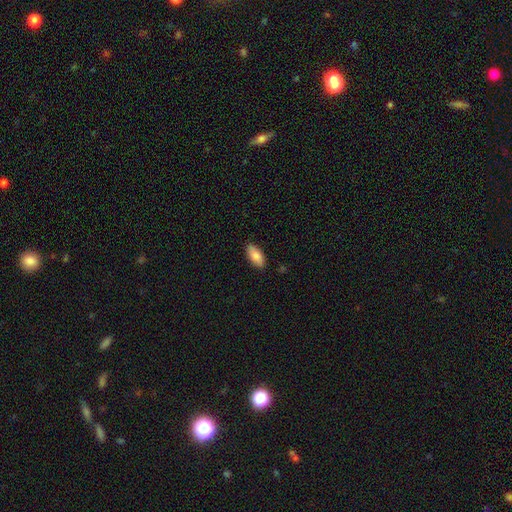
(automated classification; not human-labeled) Smooth or featured: smooth — 83% (featured or disk — 10%)
How rounded: in between — 87% (cigar-shaped — 11%)
Merging: none — 87% (minor disturbance — 10%)